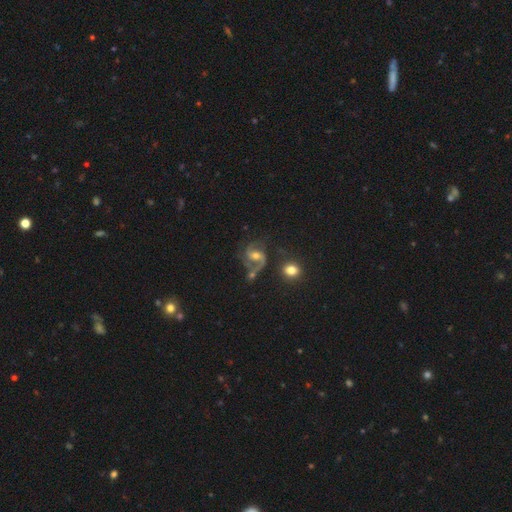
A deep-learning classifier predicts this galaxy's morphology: A featured or disk galaxy (85%) with a weak bar (47%), 2 (86%) medium (55%) spiral arms (96%) and a moderate central bulge (57%).

Vote fractions:
- Smooth or featured? featured or disk: 85% / star or artifact: 7% / smooth: 7%
- Edge-on disk? no: 98% / yes: 2%
- Bar? weak: 47% / no: 34% / strong: 20%
- Spiral arms? yes: 96% / no: 4%
- Spiral winding? medium: 55% / loose: 29% / tight: 16%
- Spiral arm count? 2: 86% / 1: 5% / can't tell: 3% / 3: 3% / 4: 1% / more than 4: 1%
- Bulge size? moderate: 57% / small: 35% / large: 4% / none: 2% / dominant: 1%
- Merging? none: 56% / minor disturbance: 19% / major disturbance: 15% / merger: 10%